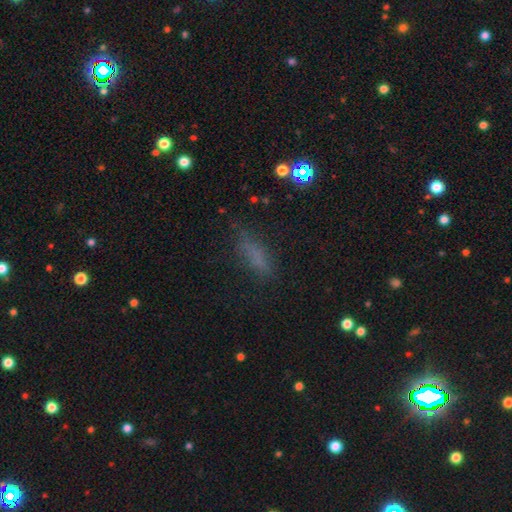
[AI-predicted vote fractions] The model was most divided on "how rounded": cigar-shaped: 49%, in between: 47%, round: 4%. More confident: smooth or featured — smooth (67%); merging — none (67%).